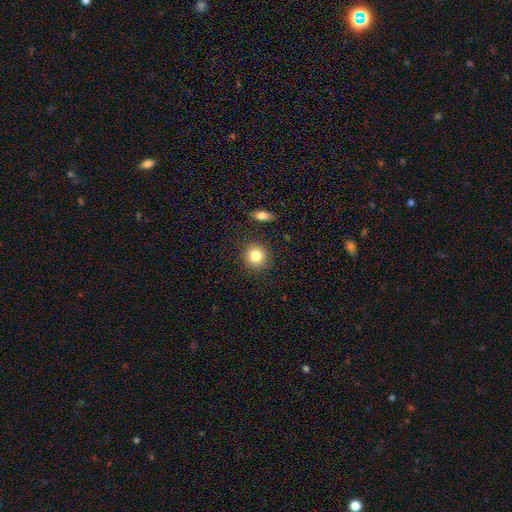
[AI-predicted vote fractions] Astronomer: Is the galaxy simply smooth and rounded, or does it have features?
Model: smooth — 82%.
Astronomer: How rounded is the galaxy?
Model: round — 90%.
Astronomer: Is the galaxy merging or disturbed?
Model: none — 88%.